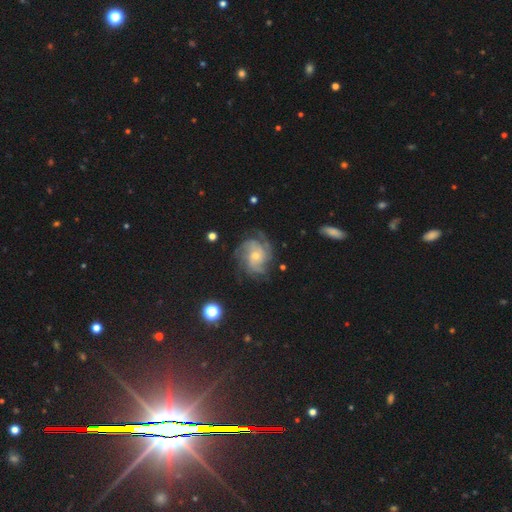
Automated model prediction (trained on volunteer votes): Overall: featured or disk (85%). Edge-on disk: no (98%). Bar: no (72%). Spiral arms: yes (96%). Spiral arm count: 3 (25%, tied with 4). Spiral winding: tight (45%; medium 43%). Bulge size: small (64%; moderate 31%). Merging: none (70%).